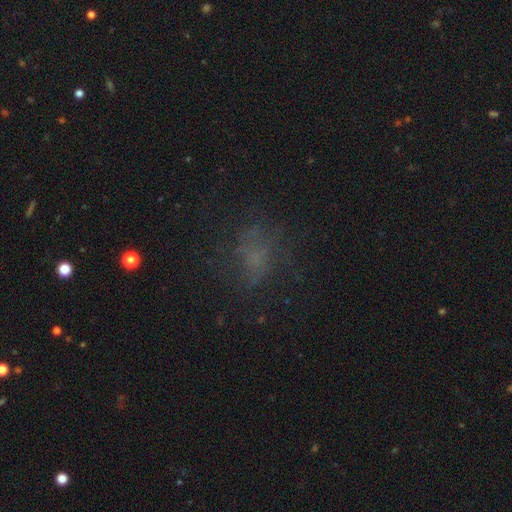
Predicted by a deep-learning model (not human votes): Smooth or featured: smooth — 43% (featured or disk — 29%)
Merging: none — 58% (major disturbance — 22%)